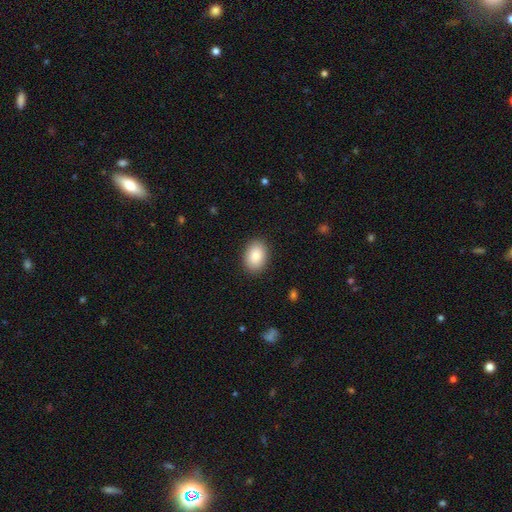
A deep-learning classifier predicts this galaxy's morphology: This is clearly a smooth galaxy (86%). How rounded: likely in between (79%). Merging: clearly none (89%).